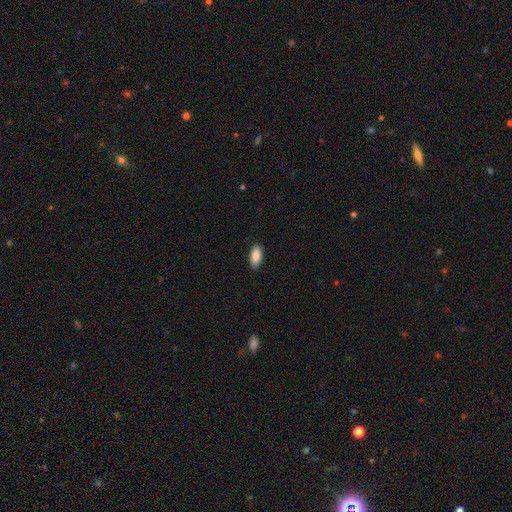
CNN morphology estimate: Overall: smooth (89%). How rounded: in between (89%). Merging: none (88%).